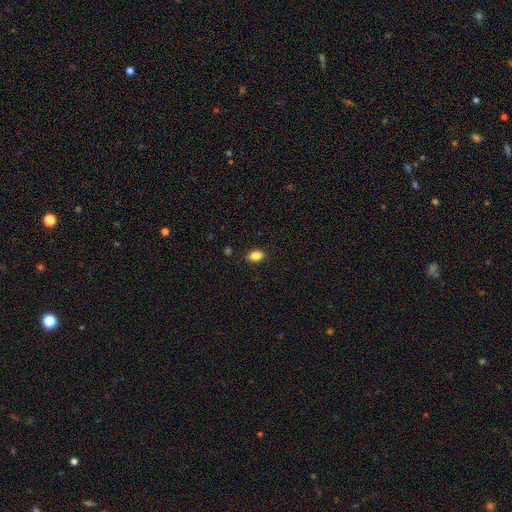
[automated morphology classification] This appears to be a smooth galaxy with no disk features (86%) that is in between round and cigar-shaped (85%). Merging: none (89%).